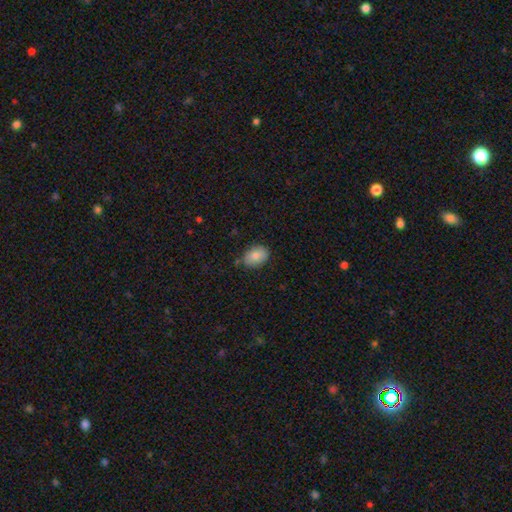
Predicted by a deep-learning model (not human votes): A smooth galaxy with no disk features (81%) that is in between round and cigar-shaped (76%). Merging: none (76%).